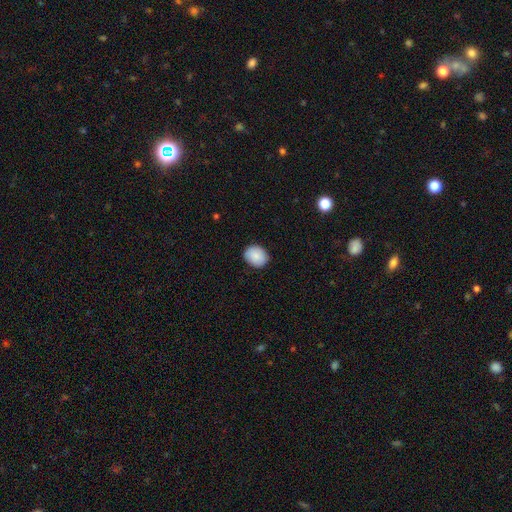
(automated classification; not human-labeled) smooth-or-featured: smooth: 88% | star or artifact: 7% | featured or disk: 5%
  how-rounded: round: 56% | in between: 43% | cigar-shaped: 1%
  merging: none: 87% | minor disturbance: 10% | major disturbance: 2% | merger: 1%